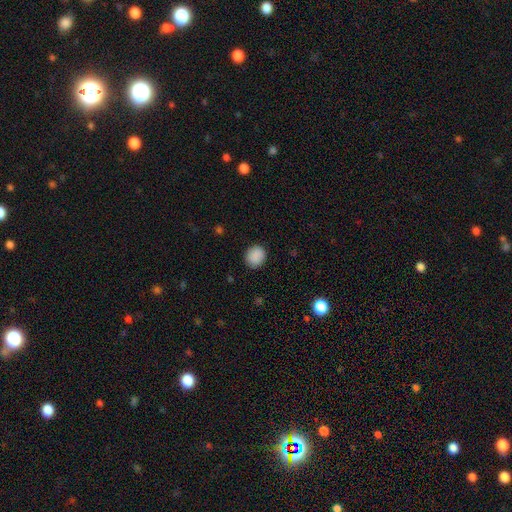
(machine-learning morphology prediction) smooth-or-featured: smooth: 89% | star or artifact: 8% | featured or disk: 3%
  how-rounded: round: 77% | in between: 22% | cigar-shaped: 1%
  merging: none: 88% | minor disturbance: 9% | major disturbance: 2% | merger: 1%